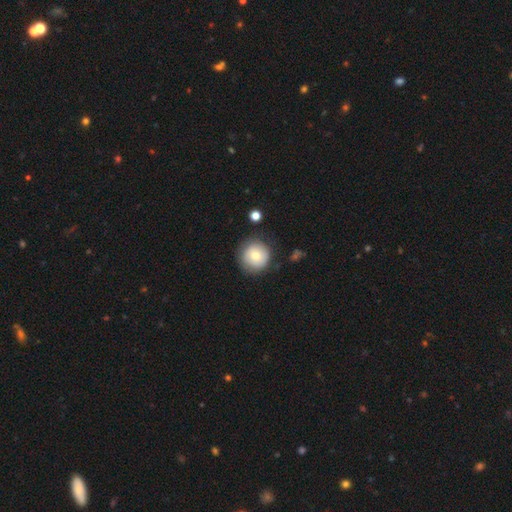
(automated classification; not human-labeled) This appears to be a smooth galaxy with no disk features (75%) that is round (95%). Merging: none (82%).